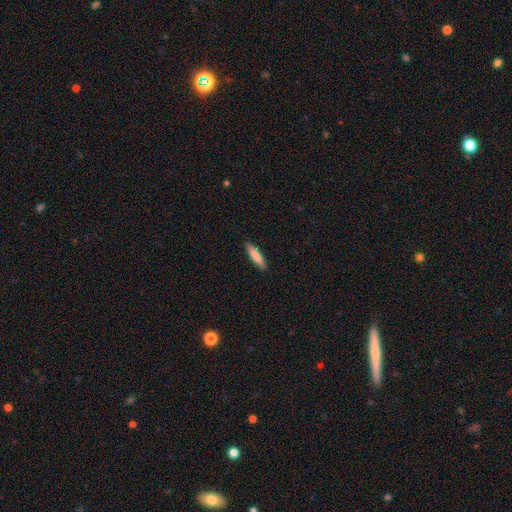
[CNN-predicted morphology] smooth-or-featured: smooth: 82% | featured or disk: 12% | star or artifact: 5%
  how-rounded: cigar-shaped: 77% | in between: 22% | round: 1%
  merging: none: 90% | minor disturbance: 7% | major disturbance: 2% | merger: 1%